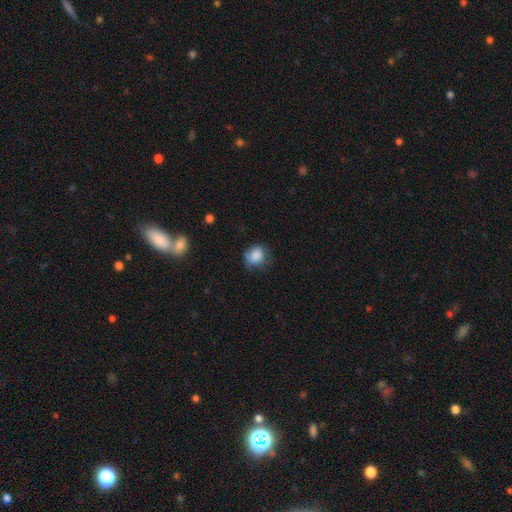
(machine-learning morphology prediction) This is clearly a smooth galaxy (82%). How rounded: likely round (66%). Merging: possibly none (57%).